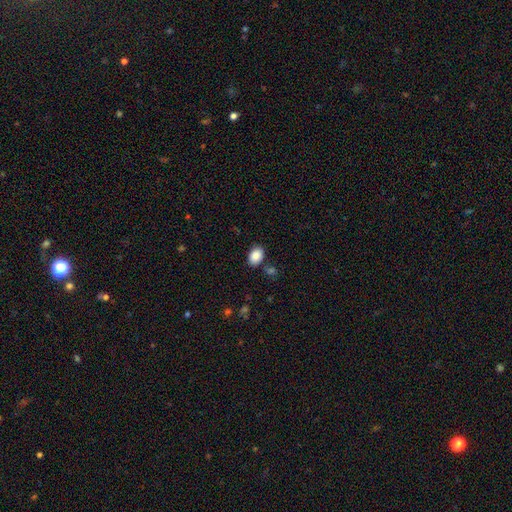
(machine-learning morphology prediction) A smooth galaxy with no disk features (87%) that is in between round and cigar-shaped (81%).

Vote fractions:
- Smooth or featured? smooth: 87% / star or artifact: 8% / featured or disk: 5%
- How rounded? in between: 81% / round: 18% / cigar-shaped: 1%
- Merging? none: 80% / minor disturbance: 11% / merger: 6% / major disturbance: 3%